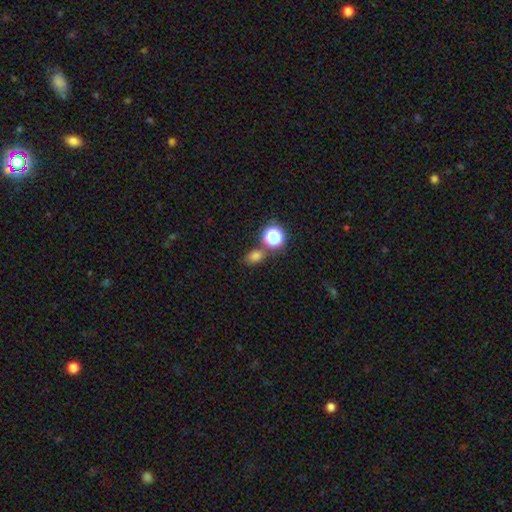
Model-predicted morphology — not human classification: The model was most divided on "how rounded": in between: 61%, round: 37%, cigar-shaped: 2%. More confident: smooth or featured — smooth (73%); merging — none (68%).